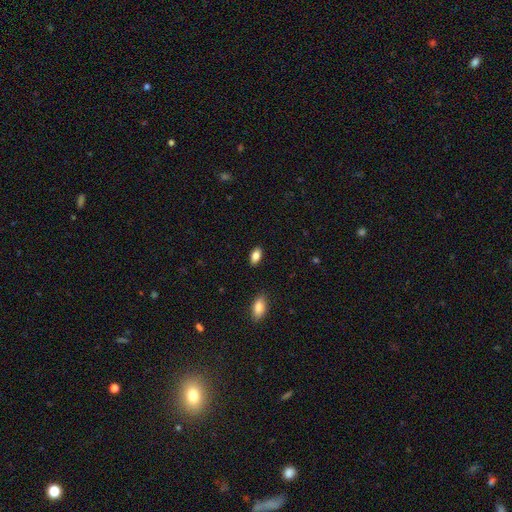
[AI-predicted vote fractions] Smooth or featured?
  - smooth: 82% *
  - featured or disk: 10%
  - star or artifact: 8%
How rounded?
  - in between: 90% *
  - cigar-shaped: 6%
  - round: 4%
Merging?
  - none: 87% *
  - minor disturbance: 9%
  - major disturbance: 2%
  - merger: 1%